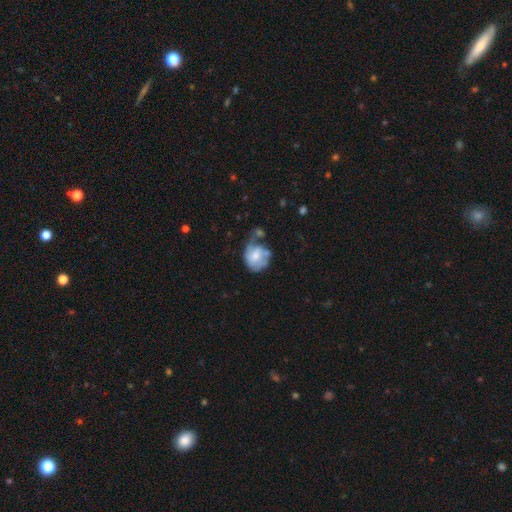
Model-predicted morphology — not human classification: smooth-or-featured: featured or disk: 51% | smooth: 42% | star or artifact: 7%
  disk-edge-on: no: 97% | yes: 3%
  merging: none: 32% | major disturbance: 28% | minor disturbance: 27% | merger: 13%